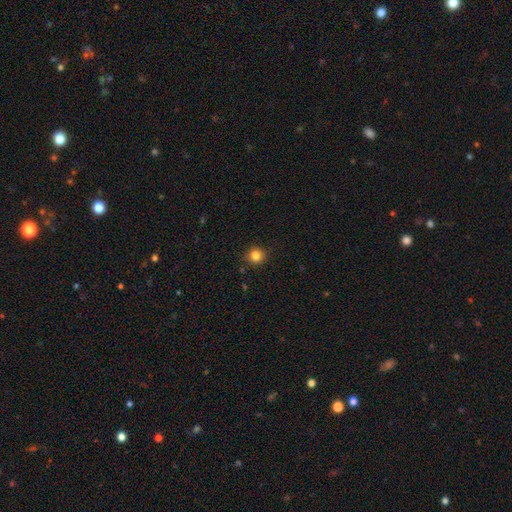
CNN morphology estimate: Smooth or featured: smooth — 84% (star or artifact — 12%)
How rounded: round — 94% (in between — 6%)
Merging: none — 89% (minor disturbance — 8%)